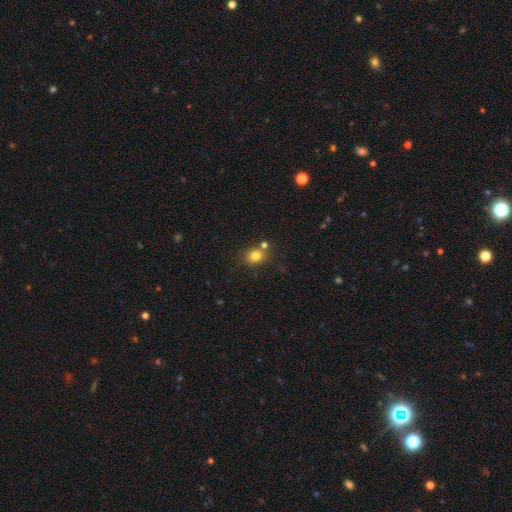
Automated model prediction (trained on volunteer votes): Morphology: type=smooth (80%); roundness=round (70%); merging=none (69%).